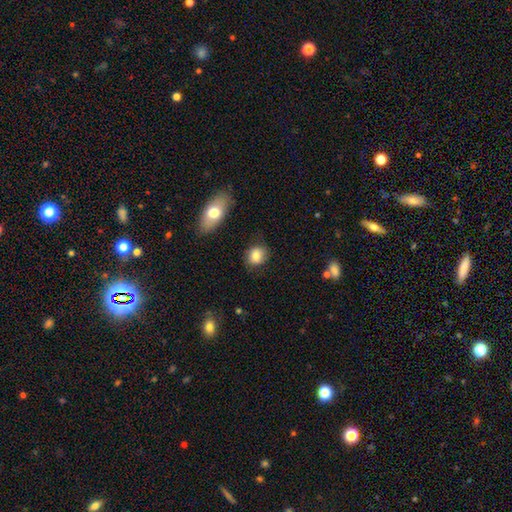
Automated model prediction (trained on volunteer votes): A smooth galaxy with no disk features (83%) that is round (65%). Merging: none (79%).